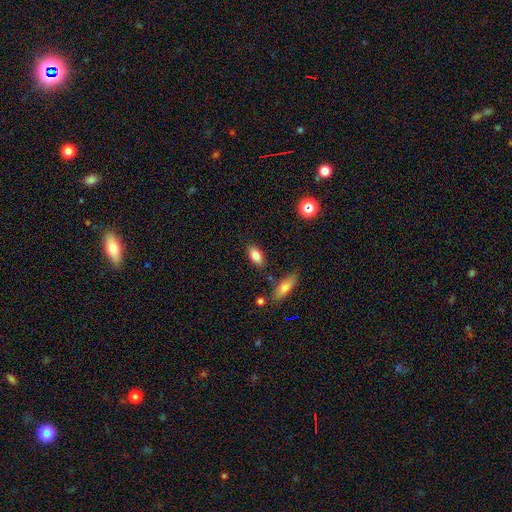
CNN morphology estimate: A smooth galaxy with no disk features (82%) that is in between round and cigar-shaped (88%). Merging: none (82%).